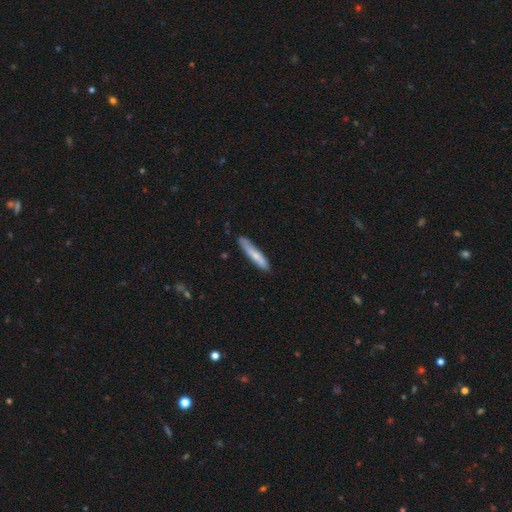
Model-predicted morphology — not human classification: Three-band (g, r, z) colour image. It shows a smooth galaxy with no disk features (71%) that is cigar-shaped (91%). Merging: none (78%).